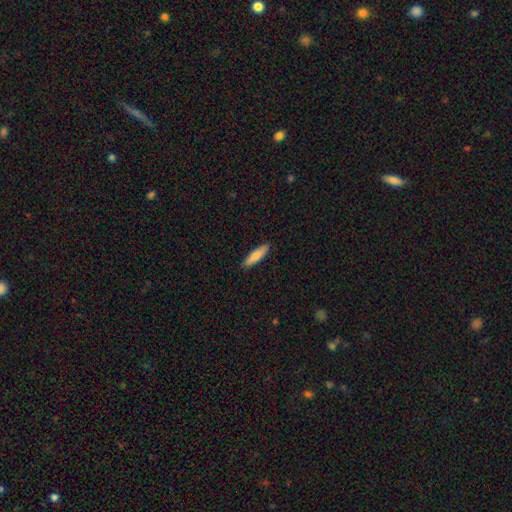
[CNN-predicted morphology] This appears to be a smooth galaxy with no disk features (78%) that is cigar-shaped (76%). Merging: none (90%).